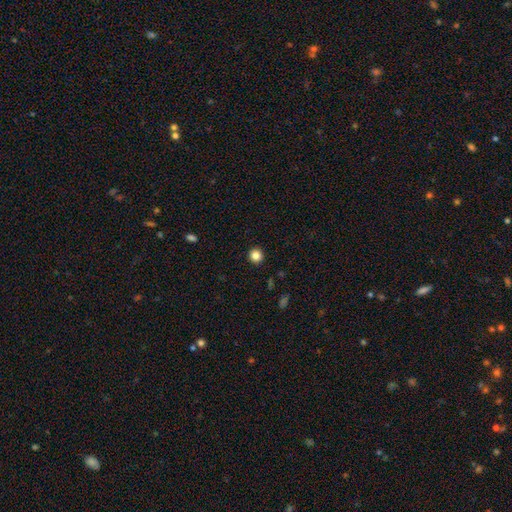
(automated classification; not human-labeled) This appears to be a smooth galaxy with no disk features (84%) that is round (93%). Merging: none (93%).